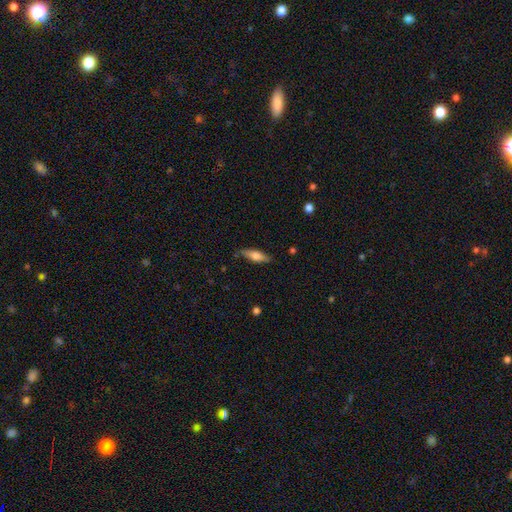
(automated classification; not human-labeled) Smooth or featured: smooth — 61% (featured or disk — 33%)
How rounded: cigar-shaped — 49% (in between — 48%)
Merging: none — 83% (minor disturbance — 13%)